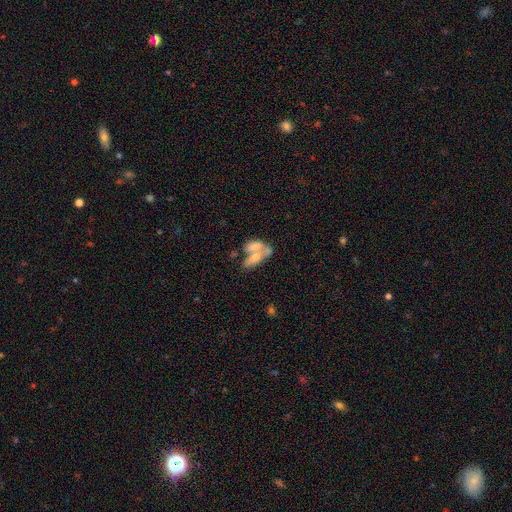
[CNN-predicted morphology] A smooth galaxy with no disk features (58%) that is in between round and cigar-shaped (85%). Merging: merger (67%).